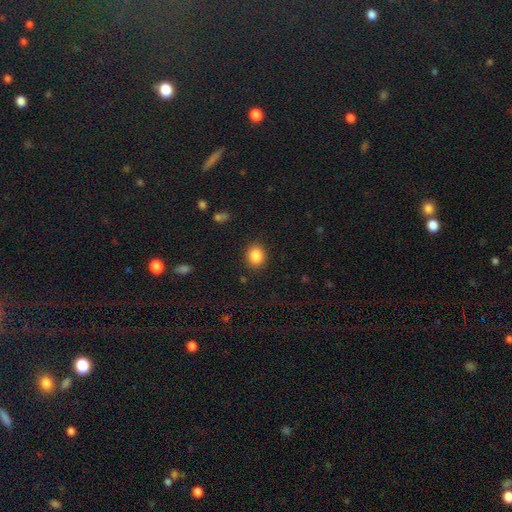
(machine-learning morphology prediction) Q: Smooth or featured?
A: smooth (86%); runner-up: star or artifact (9%)
Q: How rounded?
A: round (65%); runner-up: in between (34%)
Q: Merging?
A: none (88%); runner-up: minor disturbance (8%)